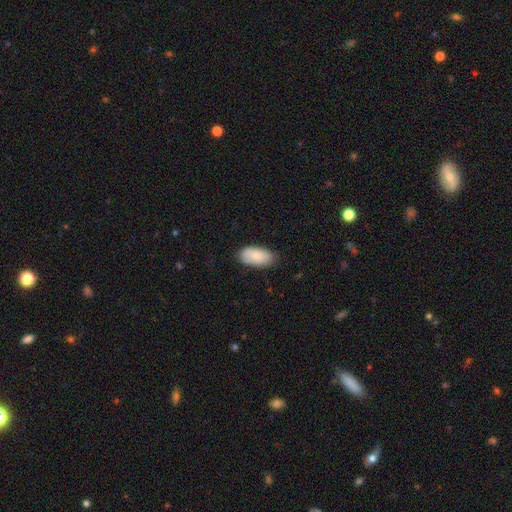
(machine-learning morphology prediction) This appears to be a smooth galaxy with no disk features (84%) that is in between round and cigar-shaped (94%). Merging: none (80%).